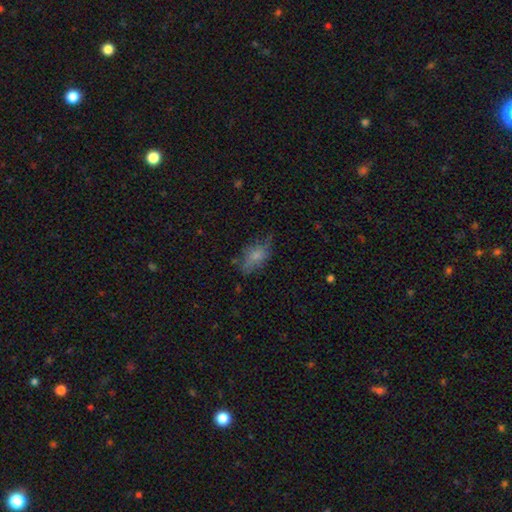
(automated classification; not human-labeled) The model was most divided on "merging": none: 53%, minor disturbance: 30%, major disturbance: 14%, merger: 2%. More confident: how rounded — in between (86%); smooth or featured — smooth (67%).